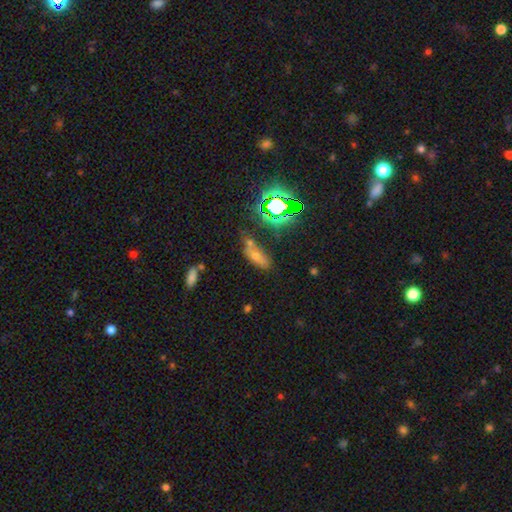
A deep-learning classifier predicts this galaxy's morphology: A smooth galaxy with no disk features (45%).

Vote fractions:
- Smooth or featured? smooth: 45% / star or artifact: 37% / featured or disk: 18%
- Merging? none: 54% / minor disturbance: 19% / merger: 18% / major disturbance: 9%